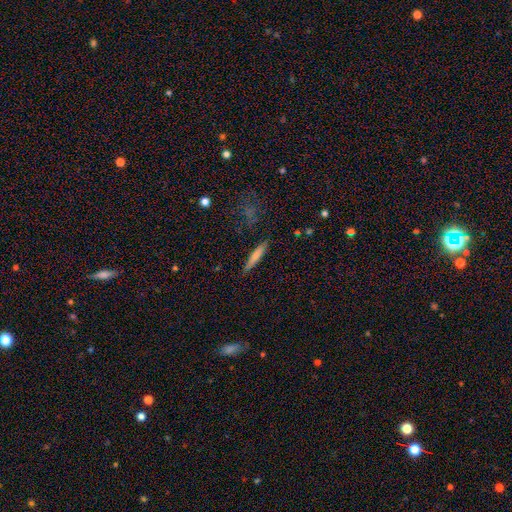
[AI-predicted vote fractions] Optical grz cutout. It shows a smooth galaxy with no disk features (72%) that is cigar-shaped (90%). Merging: none (85%).